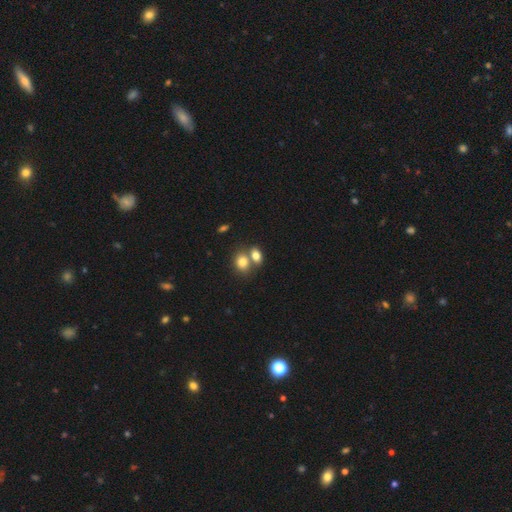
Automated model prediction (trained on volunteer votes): Morphology: type=smooth (80%); roundness=in between (66%); merging=merger (53%).